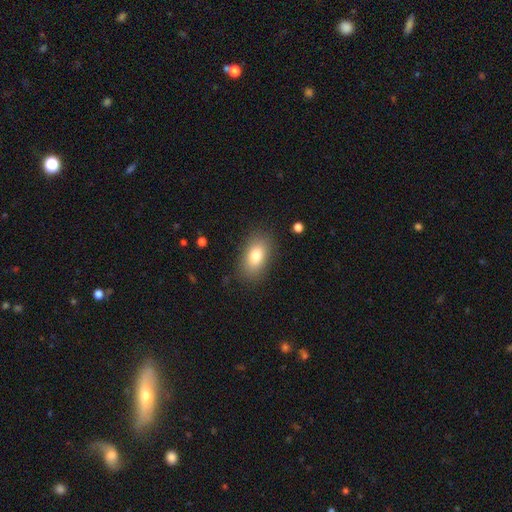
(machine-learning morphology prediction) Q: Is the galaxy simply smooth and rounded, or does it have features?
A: smooth — 79%.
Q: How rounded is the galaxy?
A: in between — 89%.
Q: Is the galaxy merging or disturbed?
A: none — 85%.